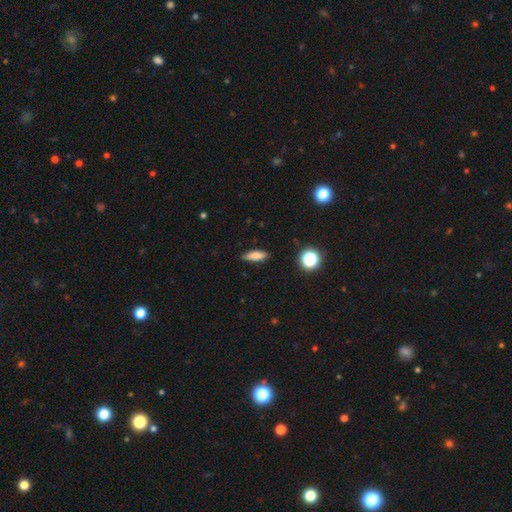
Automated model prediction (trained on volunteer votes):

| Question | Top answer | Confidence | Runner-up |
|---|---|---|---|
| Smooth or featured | smooth | 76% | featured or disk (14%) |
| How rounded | cigar-shaped | 50% | in between (46%) |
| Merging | none | 86% | minor disturbance (10%) |